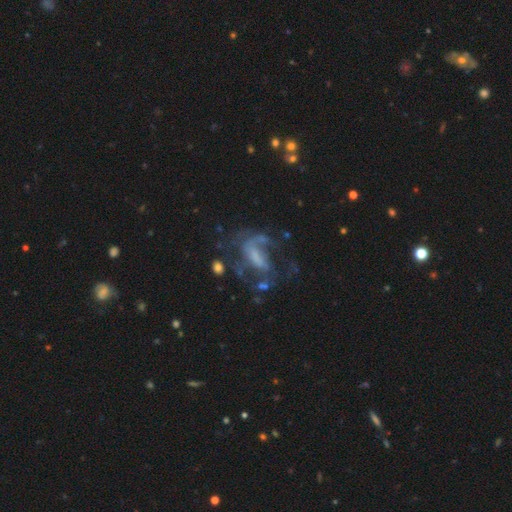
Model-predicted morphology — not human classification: Smooth or featured? featured or disk (71%)
Edge-on disk? no (94%)
Bar? weak (37%)
Spiral arms? yes (72%)
Bulge size? none (39%)
Merging? none (38%, tied with major disturbance)